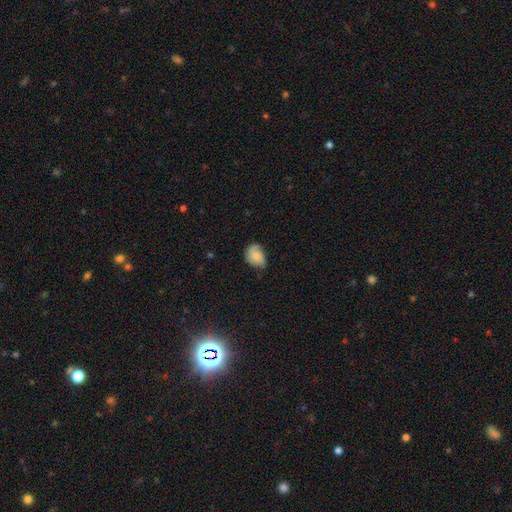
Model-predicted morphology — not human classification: Q: Smooth or featured?
A: smooth (71%); runner-up: featured or disk (21%)
Q: How rounded?
A: in between (68%); runner-up: round (31%)
Q: Merging?
A: none (45%); runner-up: minor disturbance (42%)